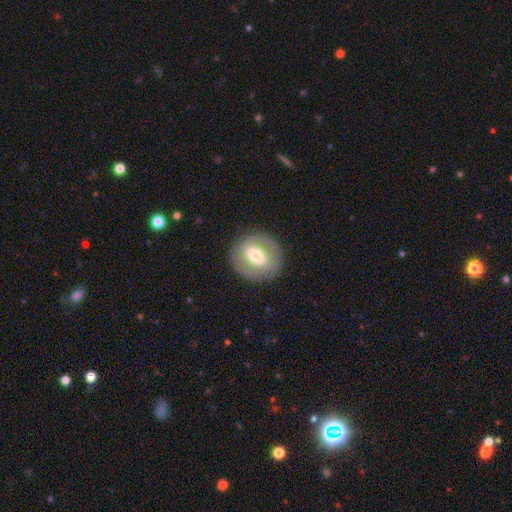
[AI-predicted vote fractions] Smooth or featured? smooth (49%)
Merging? none (84%)